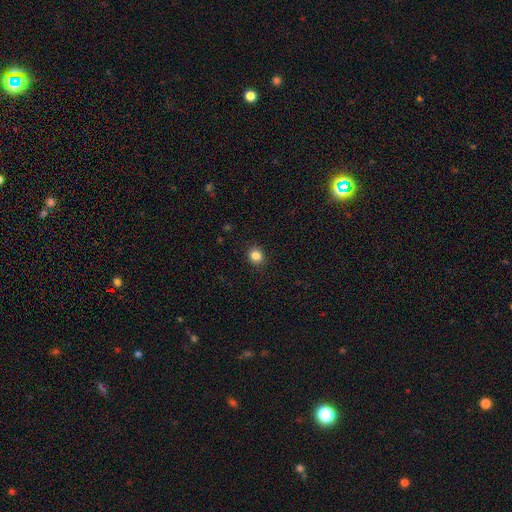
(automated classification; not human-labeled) smooth 84%, star or artifact 11%, featured or disk 5%. Down the decision tree: how rounded — round (80%); merging — none (91%).